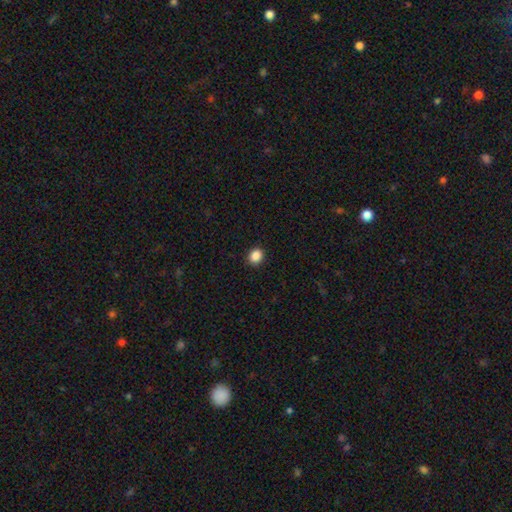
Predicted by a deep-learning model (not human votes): This is clearly a smooth galaxy (88%). How rounded: likely round (65%). Merging: clearly none (91%).